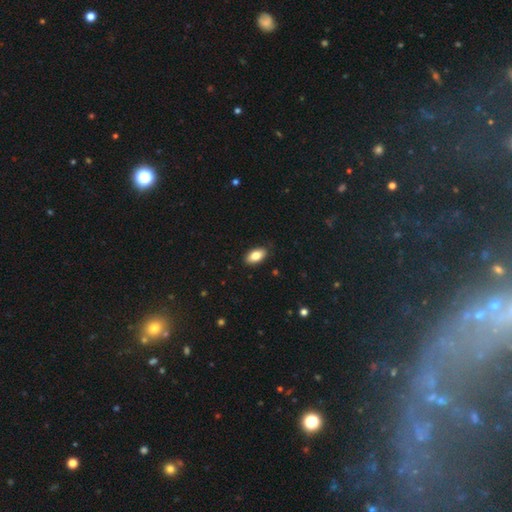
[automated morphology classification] A smooth galaxy with no disk features (82%) that is in between round and cigar-shaped (93%). Merging: none (87%).